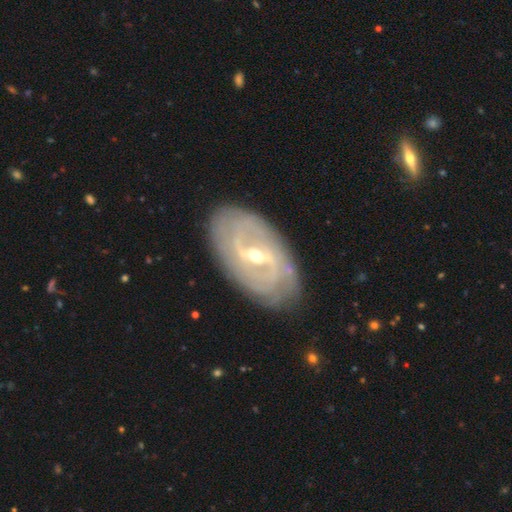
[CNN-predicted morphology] This is clearly a featured or disk galaxy (86%). It is clearly not viewed edge-on (94%). Bar: possibly weak (47%). Spiral arm pattern: clearly yes (92%). Spiral arm count: marginally 2 (37%). Spiral winding: likely tight (60%). Central bulge: possibly small (52%). Merging: clearly none (84%).